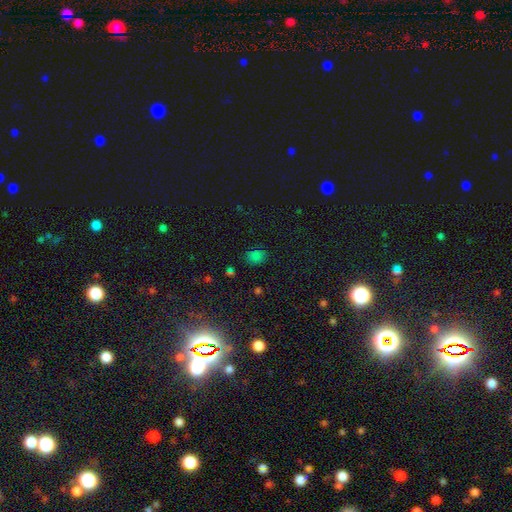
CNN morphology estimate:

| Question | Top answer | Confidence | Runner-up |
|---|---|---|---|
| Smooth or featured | smooth | 70% | star or artifact (25%) |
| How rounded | in between | 62% | round (36%) |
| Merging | none | 76% | minor disturbance (17%) |